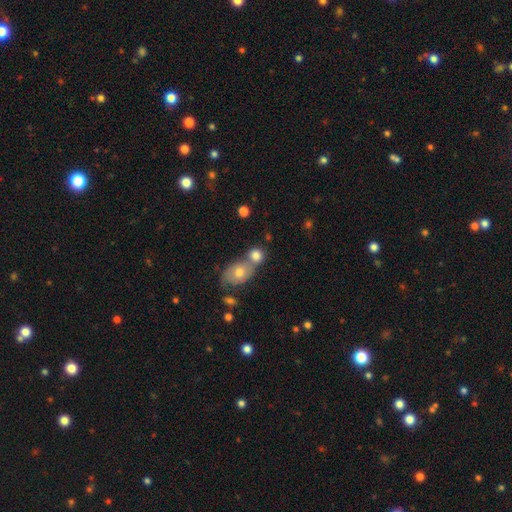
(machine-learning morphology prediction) Smooth or featured?
  - smooth: 77% *
  - featured or disk: 14%
  - star or artifact: 9%
How rounded?
  - round: 62% *
  - in between: 36%
  - cigar-shaped: 2%
Merging?
  - merger: 51% *
  - none: 37%
  - minor disturbance: 9%
  - major disturbance: 4%